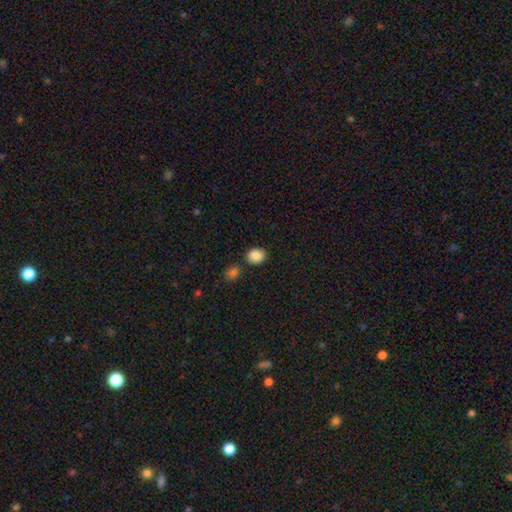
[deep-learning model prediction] This appears to be a smooth galaxy with no disk features (87%) that is round (61%). Merging: none (79%).